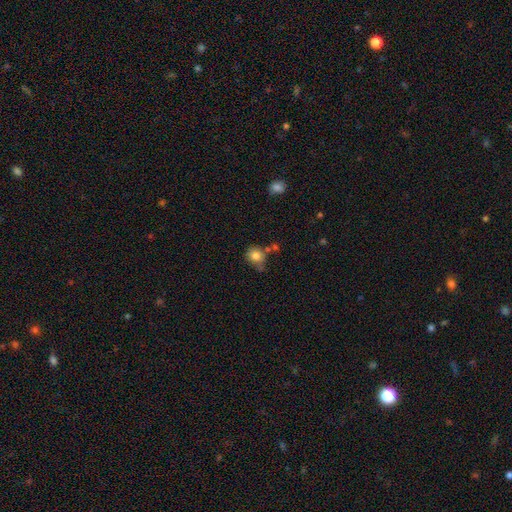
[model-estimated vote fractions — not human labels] This is clearly a smooth galaxy (81%). How rounded: likely round (78%). Merging: possibly none (57%).